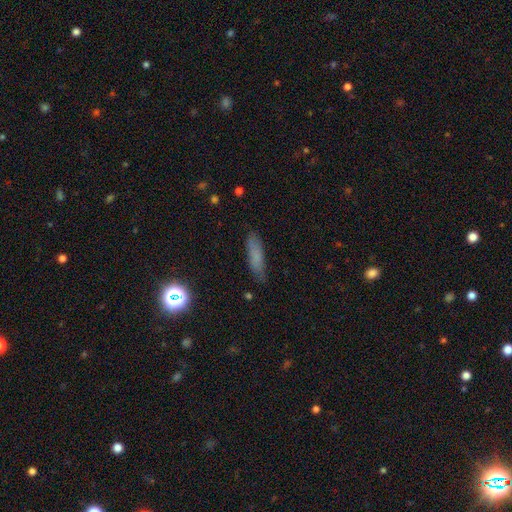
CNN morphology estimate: A smooth galaxy with no disk features (73%) that is cigar-shaped (69%).

Vote fractions:
- Smooth or featured? smooth: 73% / featured or disk: 15% / star or artifact: 12%
- How rounded? cigar-shaped: 69% / in between: 28% / round: 3%
- Merging? none: 81% / minor disturbance: 14% / major disturbance: 3% / merger: 2%